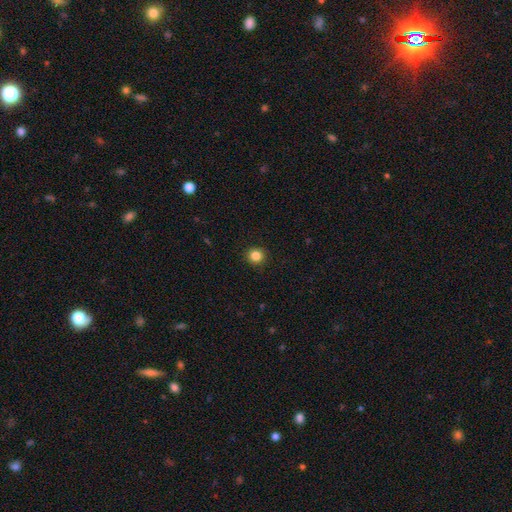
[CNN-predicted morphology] Overall: smooth (85%). How rounded: round (91%). Merging: none (92%).